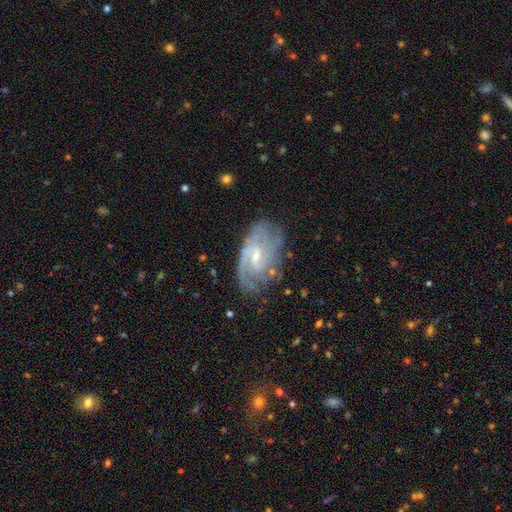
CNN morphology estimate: featured or disk 85%, smooth 9%, star or artifact 6%. Down the decision tree: edge-on disk — no (96%); bar — weak (58%); spiral arms — yes (95%); spiral arm count — 2 (39%); spiral winding — tight (50%); bulge size — small (57%); merging — none (70%).